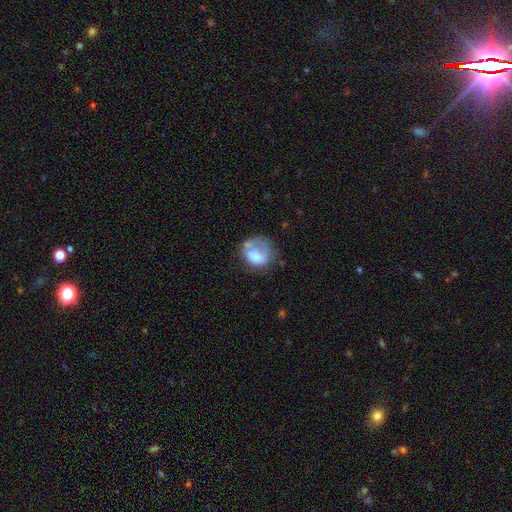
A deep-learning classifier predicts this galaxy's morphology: A smooth galaxy with no disk features (57%) that is round (67%). Merging: none (39%).